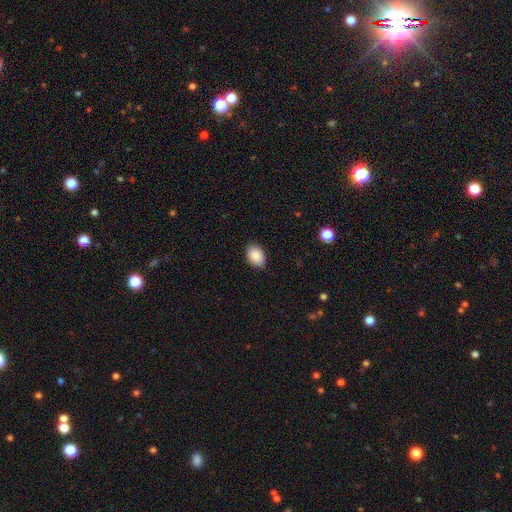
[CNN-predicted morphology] type=smooth (89%); roundness=in between (83%); merging=none (86%).